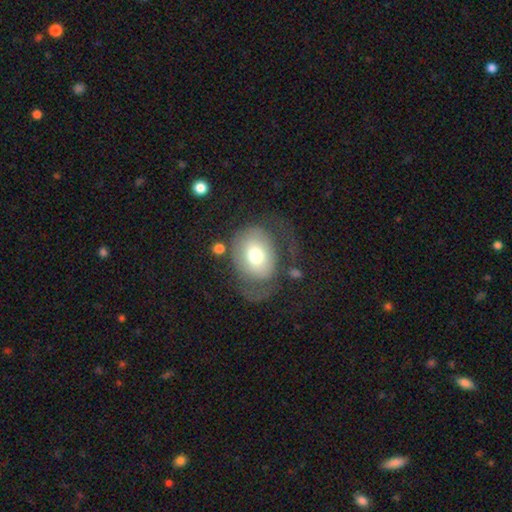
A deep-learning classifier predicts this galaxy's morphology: This is possibly a smooth galaxy (54%). How rounded: possibly round (52%). Merging: marginally none (41%).